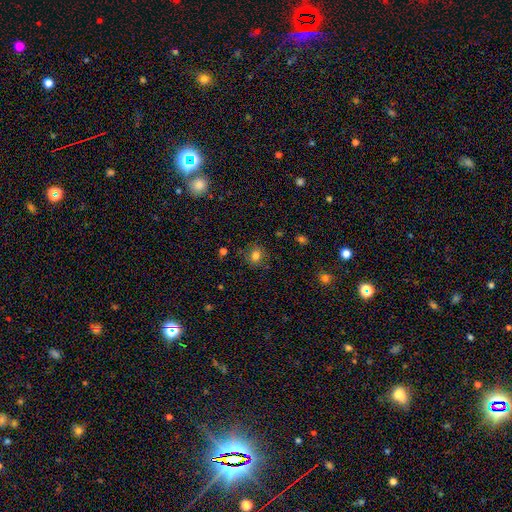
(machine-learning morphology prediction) smooth_or_featured: smooth (p=0.80) [alt: star or artifact p=0.13]
how_rounded: round (p=0.80) [alt: in between p=0.19]
merging: none (p=0.84) [alt: minor disturbance p=0.11]